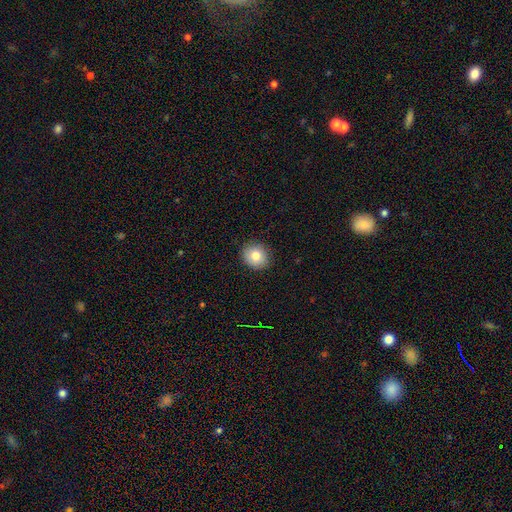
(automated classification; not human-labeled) A smooth galaxy with no disk features (79%) that is round (80%).

Vote fractions:
- Smooth or featured? smooth: 79% / featured or disk: 11% / star or artifact: 10%
- How rounded? round: 80% / in between: 19% / cigar-shaped: 1%
- Merging? none: 89% / minor disturbance: 8% / major disturbance: 2% / merger: 1%